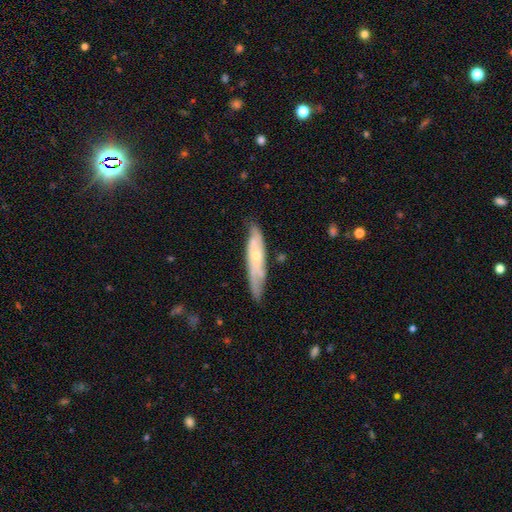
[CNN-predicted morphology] Smooth or featured? featured or disk (60%)
Edge-on disk? no (52%)
Merging? none (71%)